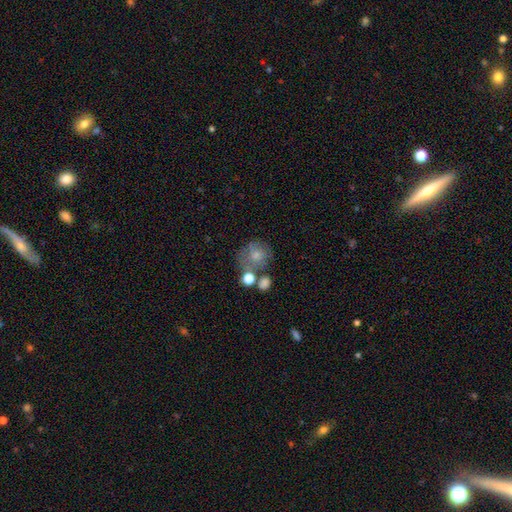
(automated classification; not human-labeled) Morphology: type=smooth (70%); roundness=round (78%); merging=none (44%).